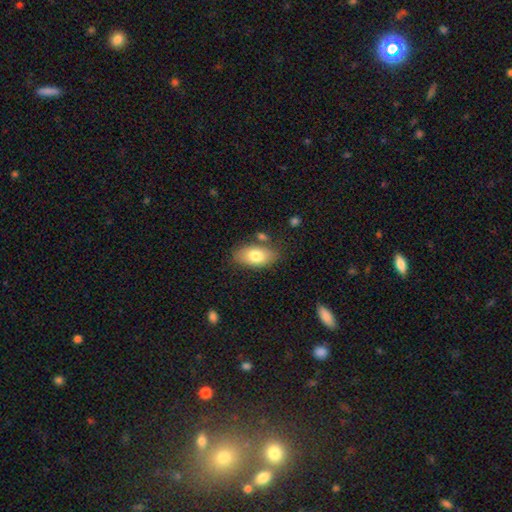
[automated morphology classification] Smooth or featured? smooth (78%)
How rounded? in between (92%)
Merging? none (75%)